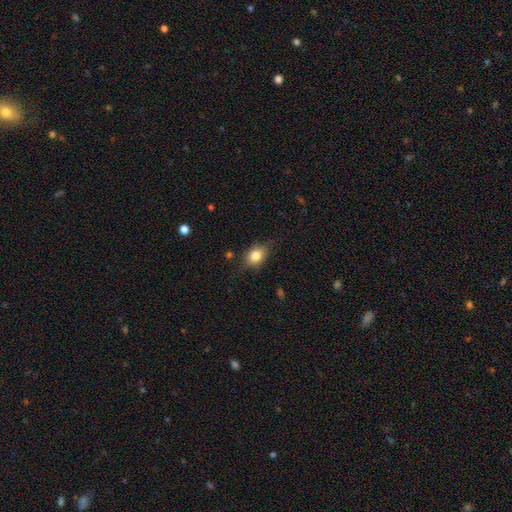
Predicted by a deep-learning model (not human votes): Smooth or featured? Predicted: smooth (p=0.79). How rounded? Predicted: in between (p=0.68). Merging? Predicted: none (p=0.74).